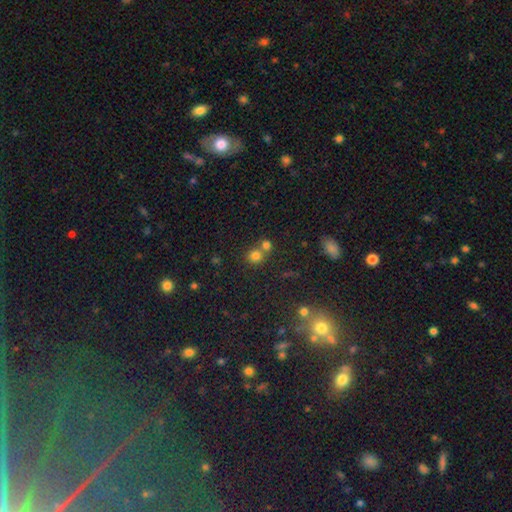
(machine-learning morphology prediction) Q: Smooth or featured?
A: smooth (77%); runner-up: star or artifact (16%)
Q: How rounded?
A: round (84%); runner-up: in between (15%)
Q: Merging?
A: none (51%); runner-up: merger (40%)